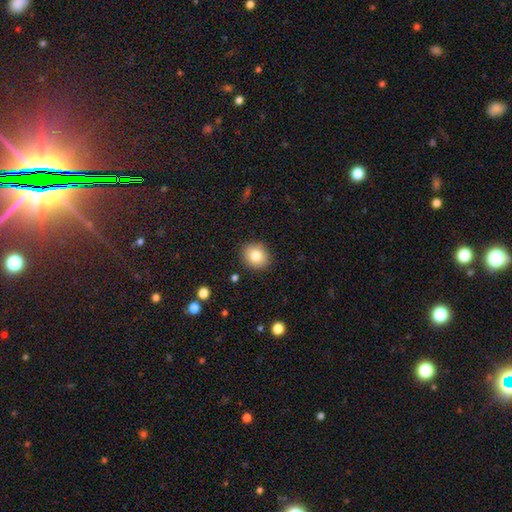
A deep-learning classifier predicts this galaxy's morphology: smooth_or_featured: smooth (p=0.81) [alt: featured or disk p=0.10]
how_rounded: round (p=0.75) [alt: in between p=0.25]
merging: none (p=0.89) [alt: minor disturbance p=0.08]